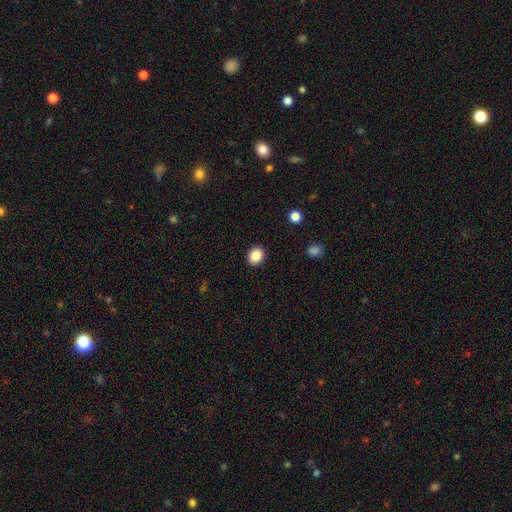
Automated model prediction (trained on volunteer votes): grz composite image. It shows a smooth galaxy with no disk features (86%) that is round (67%). Merging: none (91%).